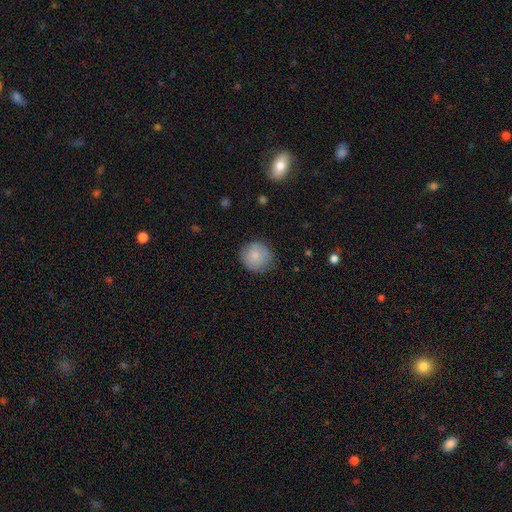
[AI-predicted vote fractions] smooth_or_featured: smooth (p=0.82) [alt: featured or disk p=0.11]
how_rounded: round (p=0.91) [alt: in between p=0.08]
merging: none (p=0.80) [alt: minor disturbance p=0.15]